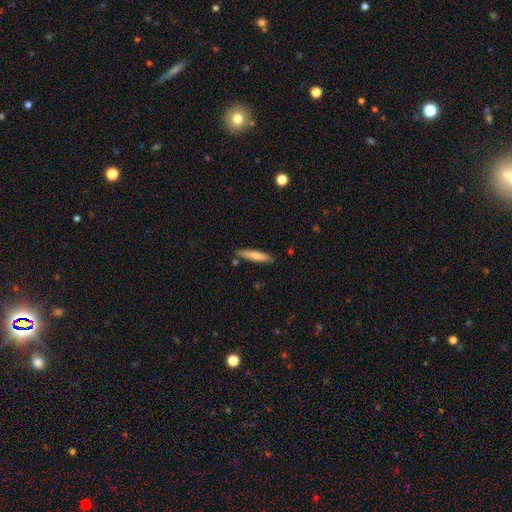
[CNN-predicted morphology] The model was most divided on "smooth or featured": smooth: 72%, featured or disk: 22%, star or artifact: 6%. More confident: how rounded — cigar-shaped (86%); merging — none (83%).